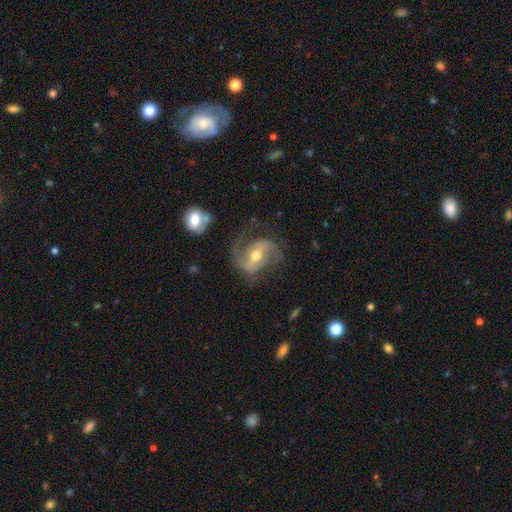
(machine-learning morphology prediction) Smooth or featured? featured or disk (87%)
Edge-on disk? no (97%)
Bar? weak (42%)
Spiral arms? yes (95%)
Spiral winding? medium (52%)
Spiral arm count? 2 (87%)
Bulge size? moderate (66%)
Merging? none (66%)